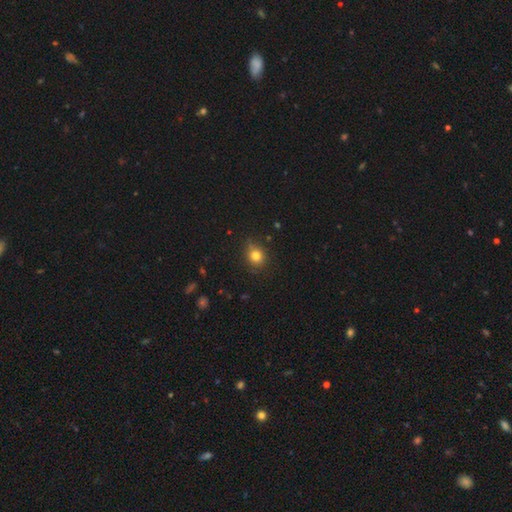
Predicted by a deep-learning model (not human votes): A smooth galaxy with no disk features (80%) that is round (75%).

Vote fractions:
- Smooth or featured? smooth: 80% / star or artifact: 12% / featured or disk: 7%
- How rounded? round: 75% / in between: 24% / cigar-shaped: 1%
- Merging? none: 78% / minor disturbance: 17% / major disturbance: 3% / merger: 2%